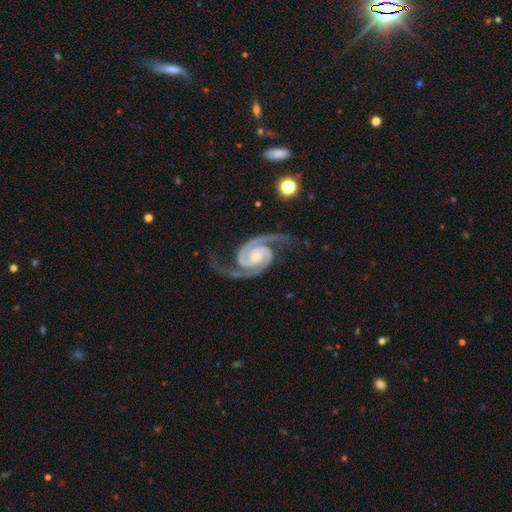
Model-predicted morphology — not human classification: smooth_or_featured: featured or disk (p=0.95) [alt: star or artifact p=0.03]
disk_edge_on: no (p=0.98) [alt: yes p=0.02]
bar: no (p=0.62) [alt: weak p=0.24]
has_spiral_arms: yes (p=0.99) [alt: no p=0.01]
spiral_winding: medium (p=0.49) [alt: tight p=0.42]
spiral_arm_count: 2 (p=0.95) [alt: 3 p=0.01]
bulge_size: small (p=0.69) [alt: moderate p=0.21]
merging: none (p=0.77) [alt: minor disturbance p=0.14]